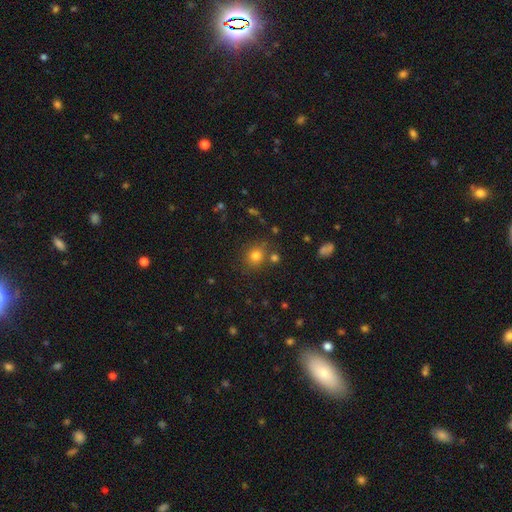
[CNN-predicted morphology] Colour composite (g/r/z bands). It shows a smooth galaxy with no disk features (78%) that is round (81%). Merging: none (75%).